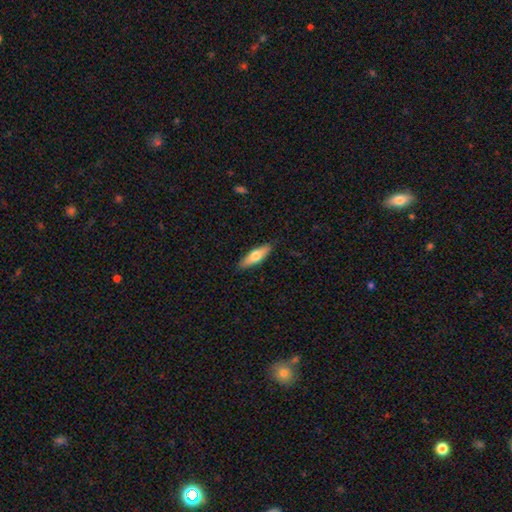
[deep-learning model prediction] Smooth or featured? smooth (58%)
How rounded? cigar-shaped (55%)
Merging? none (89%)